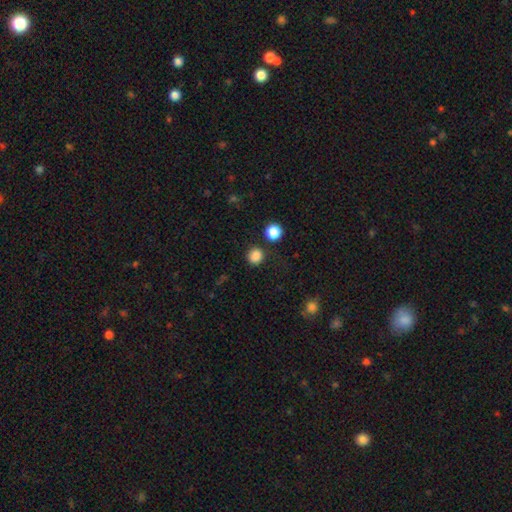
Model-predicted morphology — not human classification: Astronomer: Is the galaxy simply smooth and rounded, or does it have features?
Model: smooth — 84%.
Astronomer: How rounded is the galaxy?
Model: round — 89%.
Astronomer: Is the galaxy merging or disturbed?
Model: none — 82%.